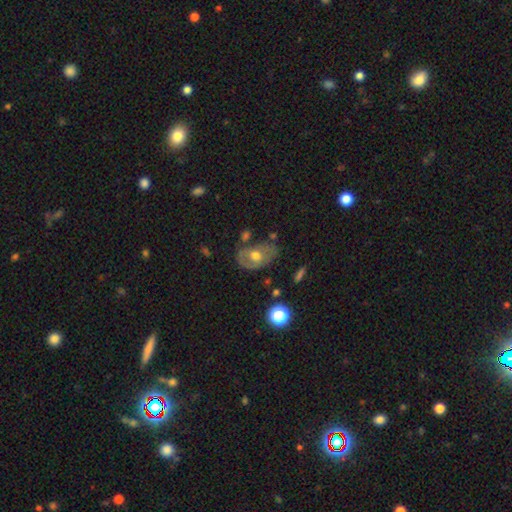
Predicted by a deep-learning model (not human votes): Morphology: type=featured or disk (46%); merging=none (53%).